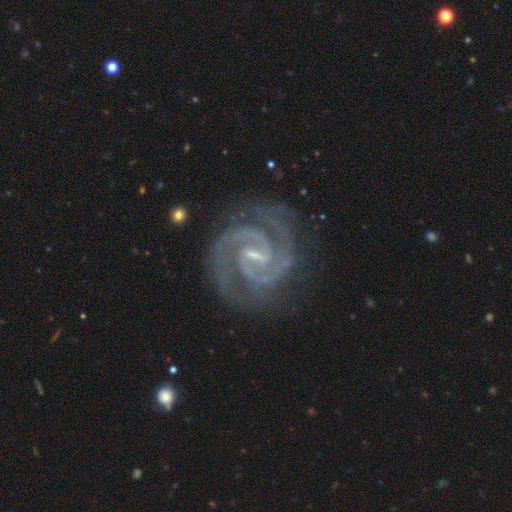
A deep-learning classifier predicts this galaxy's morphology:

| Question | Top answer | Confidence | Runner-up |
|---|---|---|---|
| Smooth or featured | featured or disk | 94% | star or artifact (4%) |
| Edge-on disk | no | 98% | yes (2%) |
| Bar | weak | 46% | strong (44%) |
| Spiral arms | yes | 99% | no (1%) |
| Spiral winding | tight | 60% | medium (36%) |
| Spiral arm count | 2 | 86% | 3 (6%) |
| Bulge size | small | 65% | none (18%) |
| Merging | none | 79% | minor disturbance (14%) |